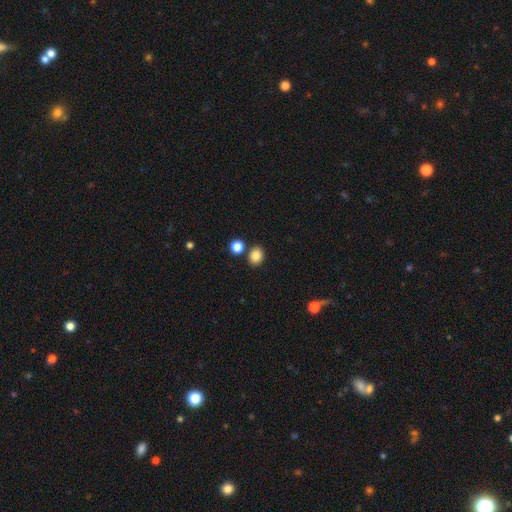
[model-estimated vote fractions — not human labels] Smooth or featured? smooth (85%)
How rounded? round (50%)
Merging? none (78%)